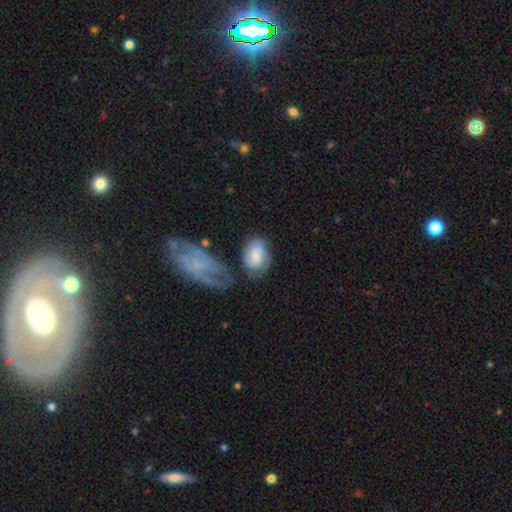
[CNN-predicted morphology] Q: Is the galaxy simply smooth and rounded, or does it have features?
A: smooth — 64%.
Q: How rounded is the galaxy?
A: in between — 71%.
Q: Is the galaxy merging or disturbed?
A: none — 54%.